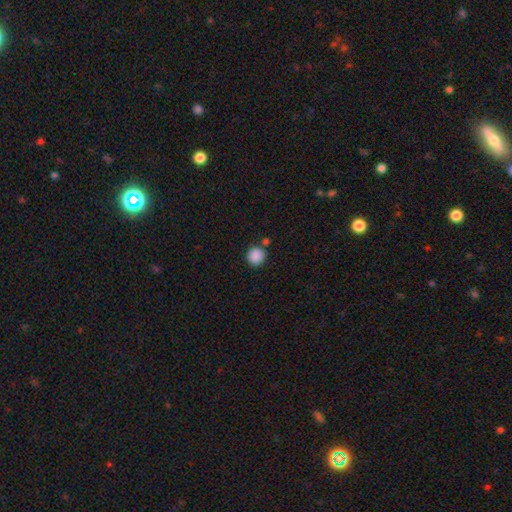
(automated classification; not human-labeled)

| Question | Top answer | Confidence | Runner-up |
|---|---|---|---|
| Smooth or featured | smooth | 88% | star or artifact (9%) |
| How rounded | round | 93% | in between (6%) |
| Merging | none | 81% | minor disturbance (8%) |